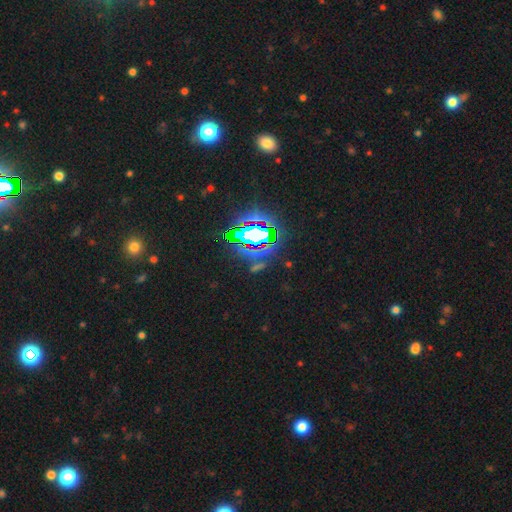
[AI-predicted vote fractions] Smooth or featured? Predicted: star or artifact (p=0.81).